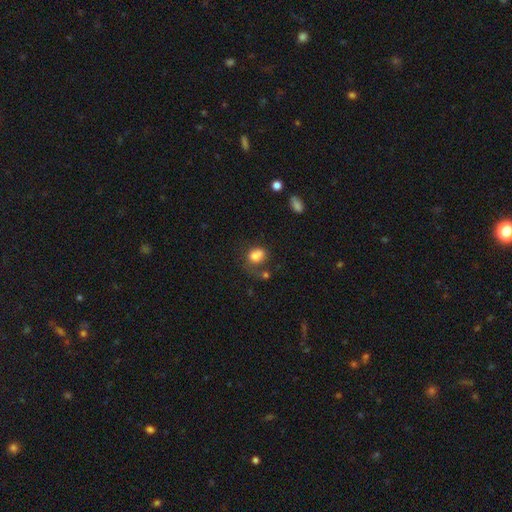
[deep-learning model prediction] A smooth galaxy with no disk features (79%) that is in between round and cigar-shaped (56%).

Vote fractions:
- Smooth or featured? smooth: 79% / featured or disk: 11% / star or artifact: 10%
- How rounded? in between: 56% / round: 43% / cigar-shaped: 1%
- Merging? none: 40% / minor disturbance: 25% / major disturbance: 21% / merger: 13%